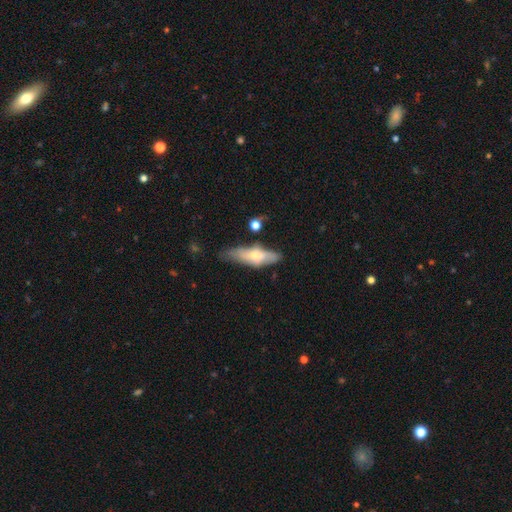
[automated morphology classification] Q: Smooth or featured?
A: smooth (56%); runner-up: featured or disk (37%)
Q: How rounded?
A: in between (51%); runner-up: cigar-shaped (47%)
Q: Merging?
A: none (47%); runner-up: minor disturbance (32%)